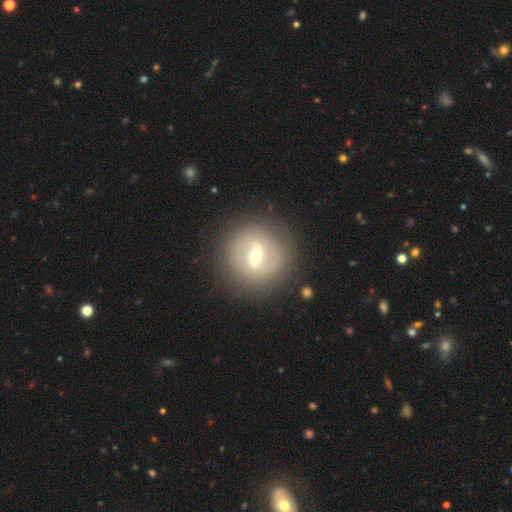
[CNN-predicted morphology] Smooth or featured?
  - featured or disk: 70% *
  - smooth: 23%
  - star or artifact: 7%
Edge-on disk?
  - no: 96% *
  - yes: 4%
Bar?
  - weak: 50% *
  - strong: 31%
  - no: 19%
Spiral arms?
  - yes: 70% *
  - no: 30%
Bulge size?
  - moderate: 62% *
  - small: 32%
  - large: 4%
  - dominant: 1%
  - none: 1%
Merging?
  - none: 87% *
  - minor disturbance: 8%
  - major disturbance: 4%
  - merger: 1%